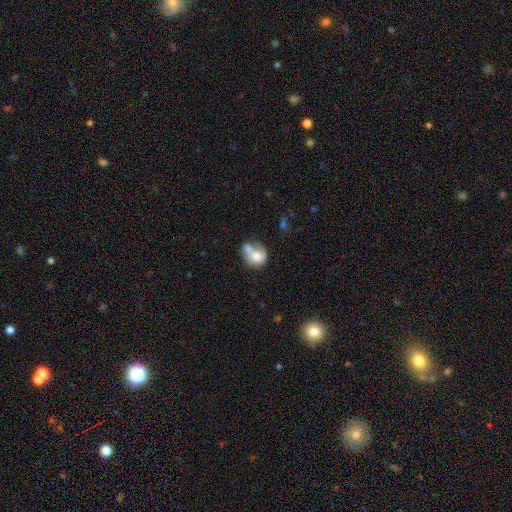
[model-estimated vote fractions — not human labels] This is likely a smooth galaxy (61%). How rounded: possibly round (53%). Merging: possibly merger (47%).